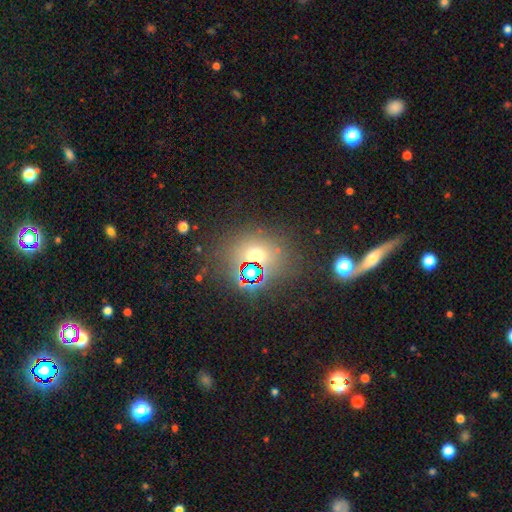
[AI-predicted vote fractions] Smooth or featured: smooth — 49% (star or artifact — 40%)
Merging: none — 74% (minor disturbance — 11%)